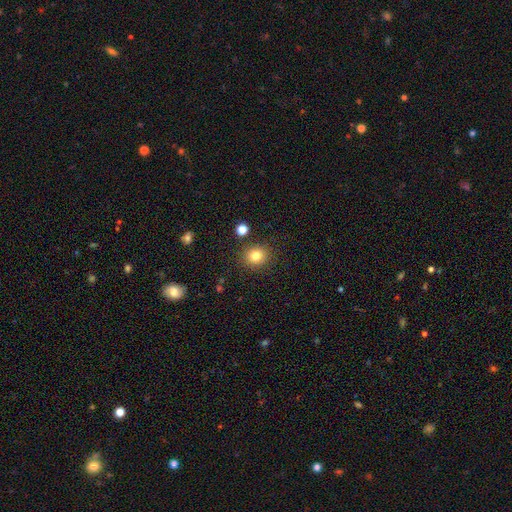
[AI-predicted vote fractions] Smooth or featured? Predicted: smooth (p=0.81). How rounded? Predicted: round (p=0.77). Merging? Predicted: none (p=0.87).